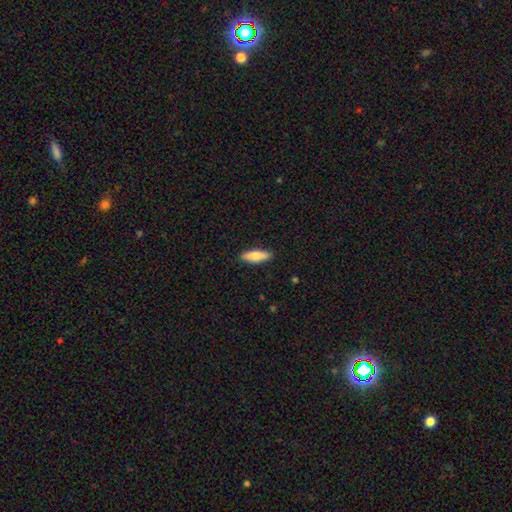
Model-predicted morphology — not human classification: Q: Smooth or featured?
A: smooth (74%); runner-up: featured or disk (20%)
Q: How rounded?
A: cigar-shaped (51%); runner-up: in between (47%)
Q: Merging?
A: none (89%); runner-up: minor disturbance (8%)